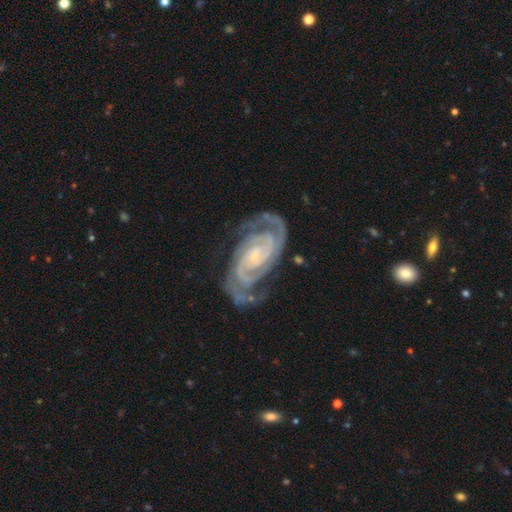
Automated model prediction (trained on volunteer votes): Smooth or featured?
  - featured or disk: 94% *
  - star or artifact: 4%
  - smooth: 2%
Edge-on disk?
  - no: 98% *
  - yes: 2%
Bar?
  - no: 56% *
  - weak: 30%
  - strong: 14%
Spiral arms?
  - yes: 99% *
  - no: 1%
Spiral winding?
  - tight: 69% *
  - medium: 27%
  - loose: 3%
Spiral arm count?
  - 2: 86% *
  - 3: 5%
  - can't tell: 3%
  - 4: 2%
  - more than 4: 2%
  - 1: 2%
Bulge size?
  - small: 74% *
  - moderate: 17%
  - none: 6%
  - large: 2%
  - dominant: 1%
Merging?
  - none: 75% *
  - minor disturbance: 16%
  - major disturbance: 7%
  - merger: 2%